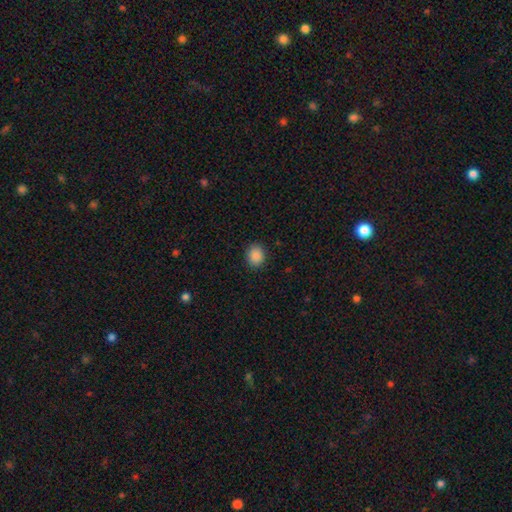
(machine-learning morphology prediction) Smooth or featured?
  - smooth: 88% *
  - star or artifact: 9%
  - featured or disk: 3%
How rounded?
  - round: 62% *
  - in between: 37%
  - cigar-shaped: 1%
Merging?
  - none: 90% *
  - minor disturbance: 7%
  - major disturbance: 2%
  - merger: 1%